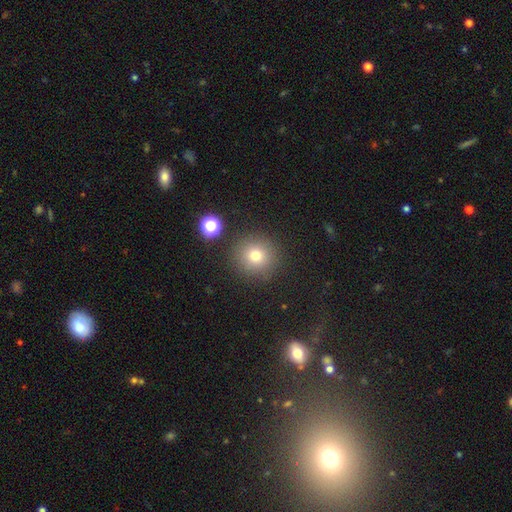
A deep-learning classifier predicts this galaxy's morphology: Smooth or featured: smooth — 76% (star or artifact — 15%)
How rounded: round — 93% (in between — 6%)
Merging: none — 88% (minor disturbance — 7%)